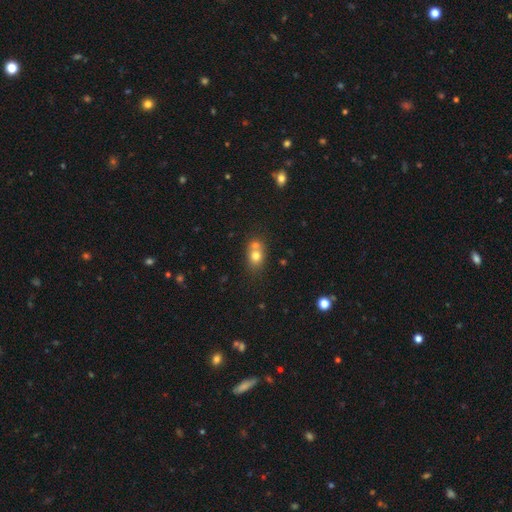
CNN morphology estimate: type=smooth (73%); roundness=round (54%); merging=merger (51%).